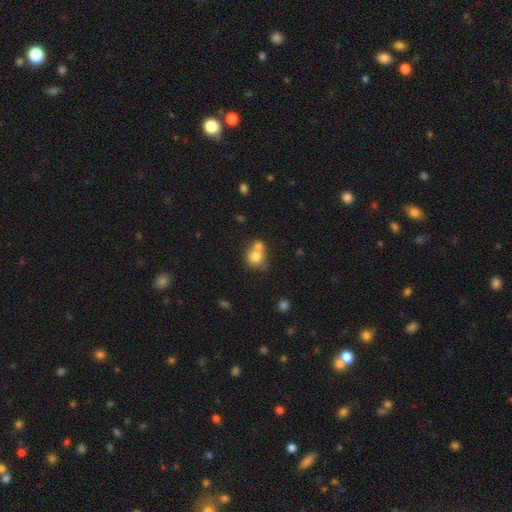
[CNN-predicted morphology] Smooth or featured? smooth (75%)
How rounded? round (78%)
Merging? merger (51%)